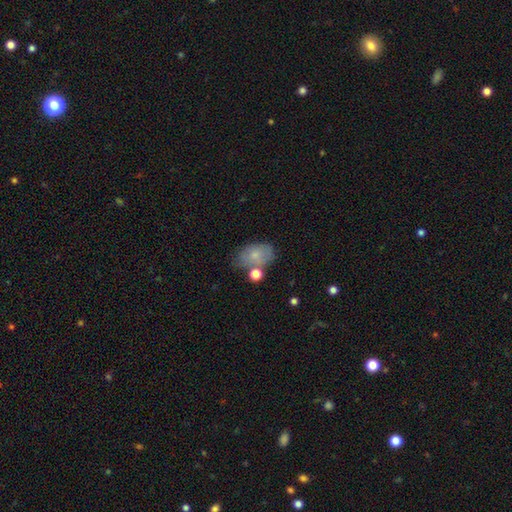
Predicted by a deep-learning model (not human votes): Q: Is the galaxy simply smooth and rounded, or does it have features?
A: smooth — 70%.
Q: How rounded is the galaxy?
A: in between — 85%.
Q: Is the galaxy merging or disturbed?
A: none — 52%.